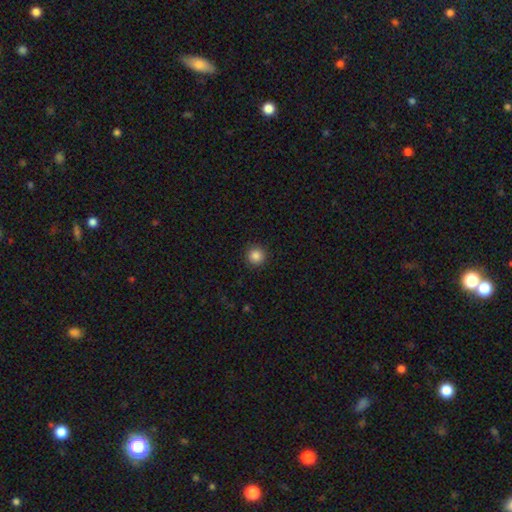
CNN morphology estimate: smooth-or-featured: smooth: 85% | star or artifact: 11% | featured or disk: 4%
  how-rounded: round: 96% | in between: 3% | cigar-shaped: 1%
  merging: none: 93% | minor disturbance: 5% | major disturbance: 2% | merger: 1%